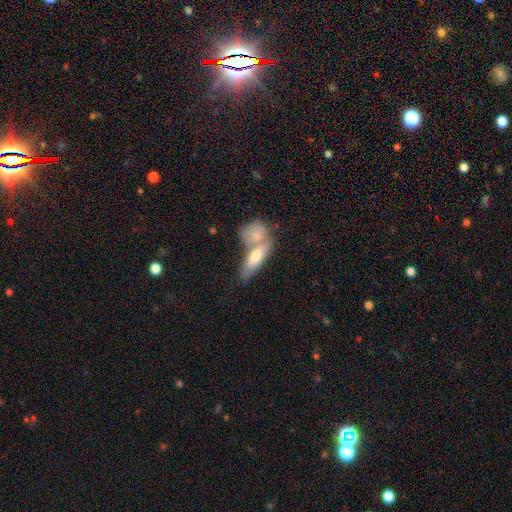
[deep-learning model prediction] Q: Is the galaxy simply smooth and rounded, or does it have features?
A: smooth — 67%.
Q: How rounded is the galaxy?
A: in between — 62%.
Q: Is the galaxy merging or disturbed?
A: merger — 55%.